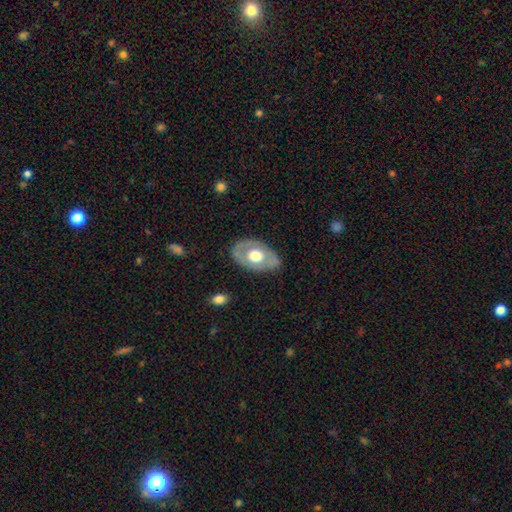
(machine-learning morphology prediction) Smooth or featured: featured or disk — 49% (smooth — 45%)
Merging: none — 75% (minor disturbance — 18%)